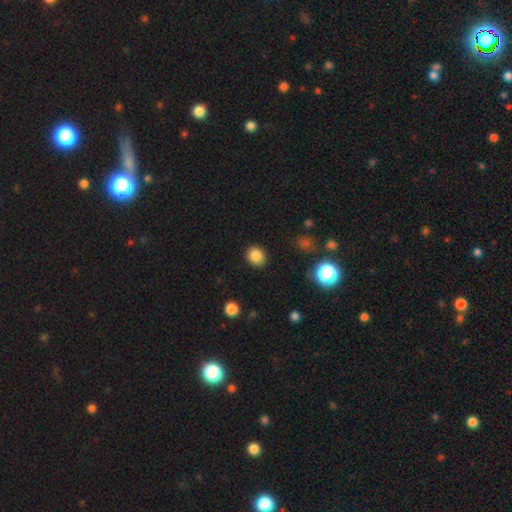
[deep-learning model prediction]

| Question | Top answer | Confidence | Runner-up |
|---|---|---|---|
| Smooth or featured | smooth | 85% | star or artifact (10%) |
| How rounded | round | 74% | in between (25%) |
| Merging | none | 89% | minor disturbance (7%) |